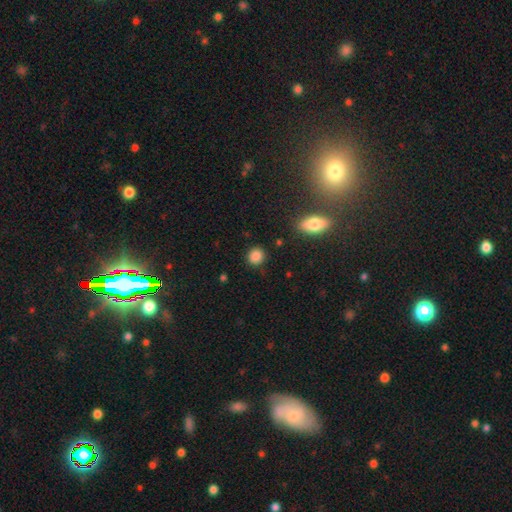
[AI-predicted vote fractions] A smooth galaxy with no disk features (86%) that is round (83%). Merging: none (88%).